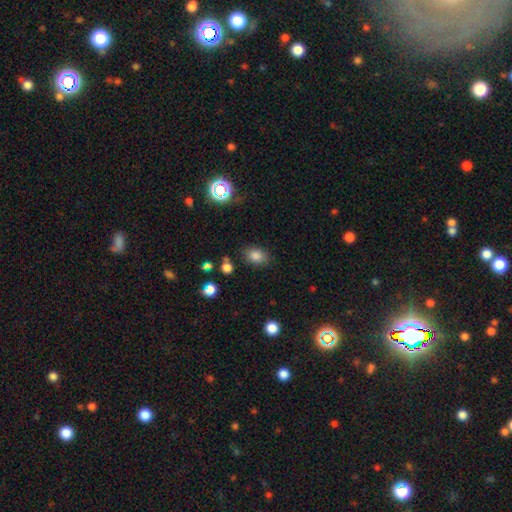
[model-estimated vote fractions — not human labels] smooth 82%, star or artifact 12%, featured or disk 6%. Down the decision tree: how rounded — in between (73%); merging — none (79%).